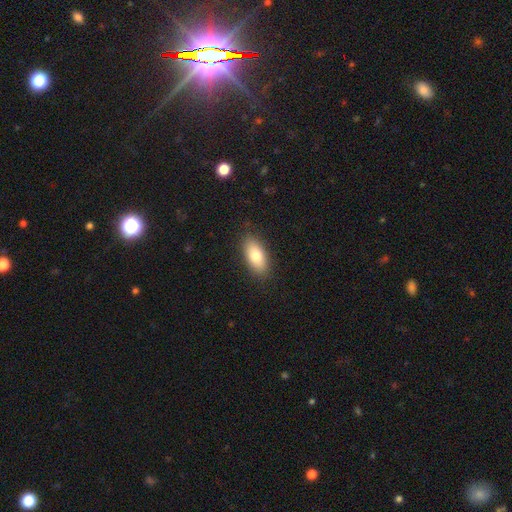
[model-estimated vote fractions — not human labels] This is likely a smooth galaxy (78%). How rounded: clearly in between (87%). Merging: clearly none (88%).